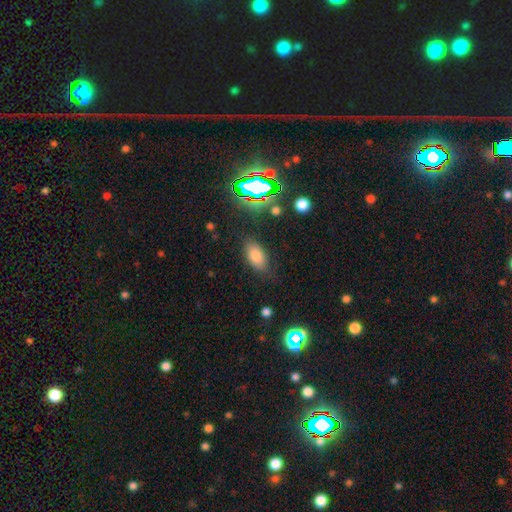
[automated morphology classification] type=smooth (75%); roundness=in between (90%); merging=none (79%).